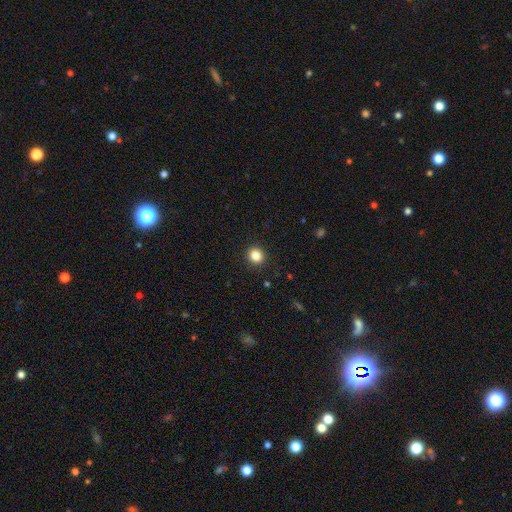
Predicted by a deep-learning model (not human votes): Overall: smooth (84%). How rounded: round (85%). Merging: none (91%).